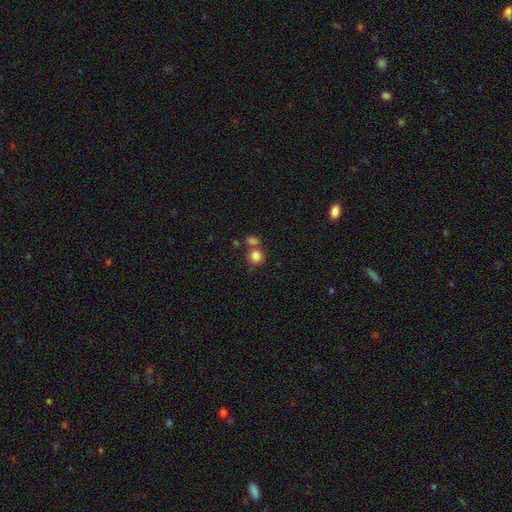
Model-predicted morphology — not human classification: This appears to be a smooth galaxy with no disk features (83%) that is round (84%). Merging: none (56%).